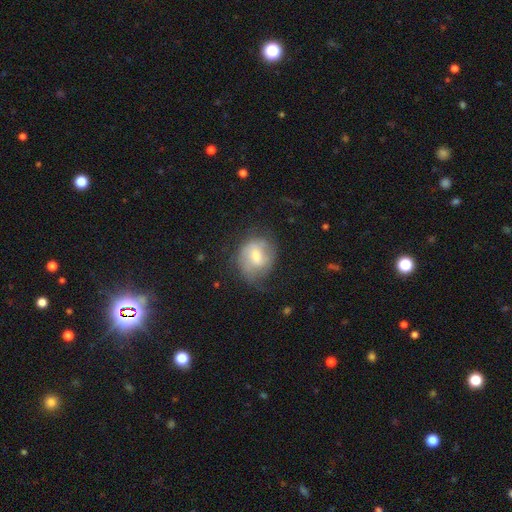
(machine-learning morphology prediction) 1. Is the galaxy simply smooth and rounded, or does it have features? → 49% smooth, 43% featured or disk, 7% star or artifact.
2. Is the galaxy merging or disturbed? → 50% none, 30% minor disturbance, 19% major disturbance, 2% merger.